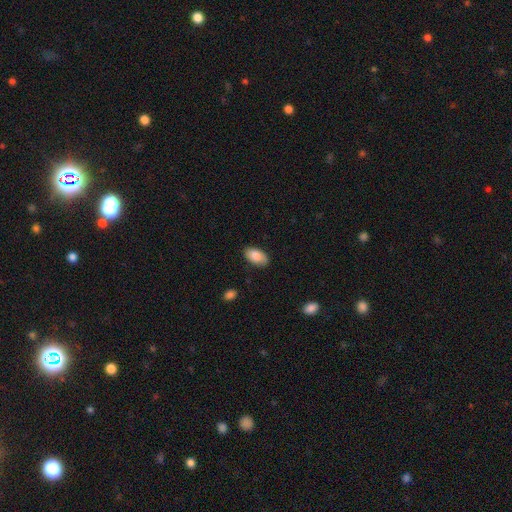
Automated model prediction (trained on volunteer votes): smooth 85%, featured or disk 8%, star or artifact 6%. Down the decision tree: how rounded — in between (95%); merging — none (84%).